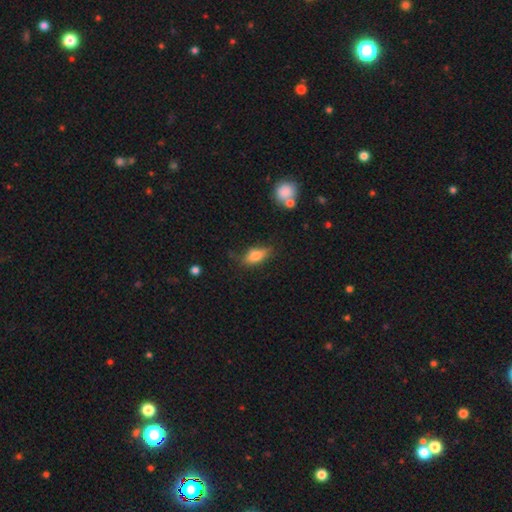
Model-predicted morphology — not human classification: type=smooth (69%); roundness=in between (76%); merging=none (67%).